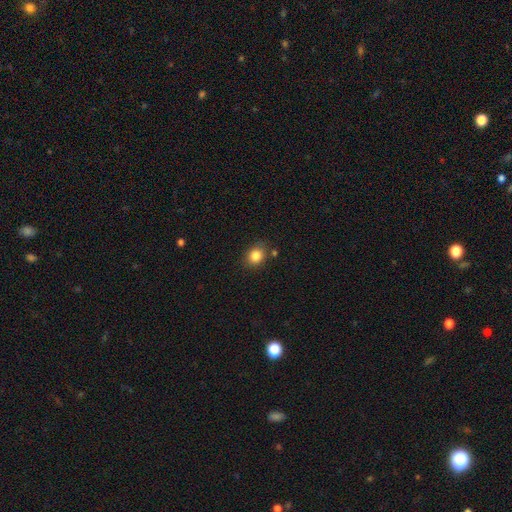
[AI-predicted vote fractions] smooth-or-featured: smooth: 84% | star or artifact: 10% | featured or disk: 5%
  how-rounded: round: 63% | in between: 36% | cigar-shaped: 1%
  merging: none: 80% | minor disturbance: 13% | merger: 5% | major disturbance: 3%